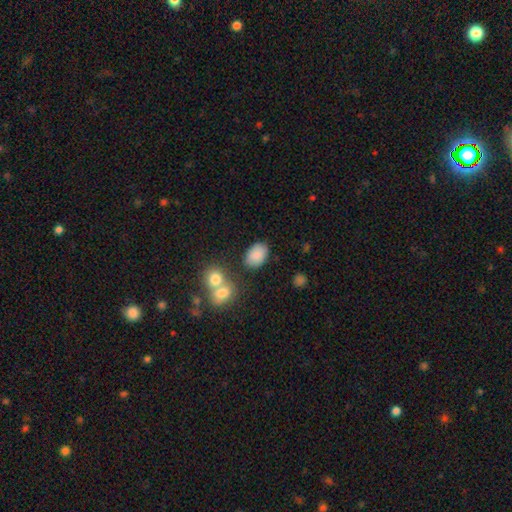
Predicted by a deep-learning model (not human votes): smooth 85%, star or artifact 8%, featured or disk 7%. Down the decision tree: how rounded — in between (86%); merging — none (74%).